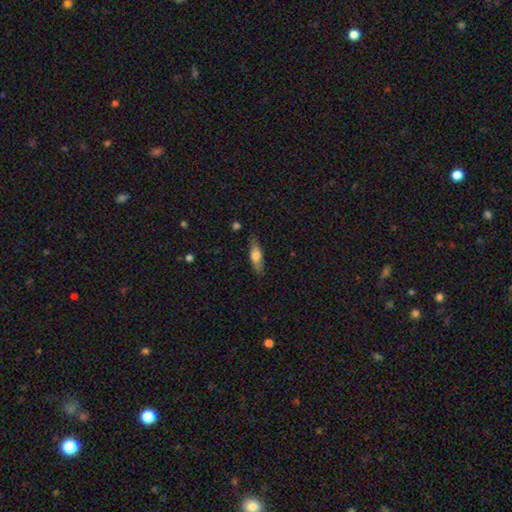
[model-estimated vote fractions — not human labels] smooth_or_featured: smooth (p=0.59) [alt: featured or disk p=0.35]
how_rounded: cigar-shaped (p=0.52) [alt: in between p=0.45]
merging: none (p=0.81) [alt: minor disturbance p=0.14]